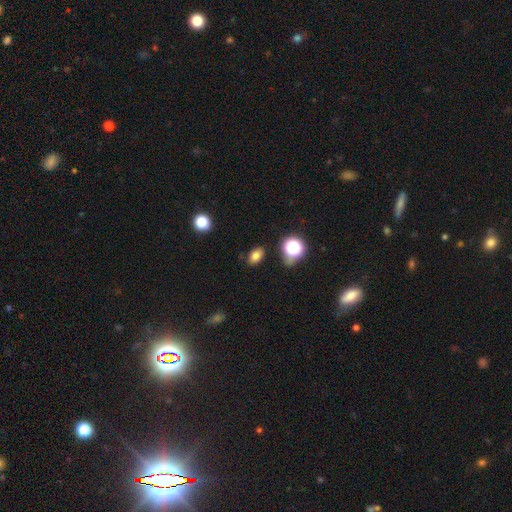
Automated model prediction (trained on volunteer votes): Smooth or featured? smooth (78%)
How rounded? in between (81%)
Merging? none (83%)